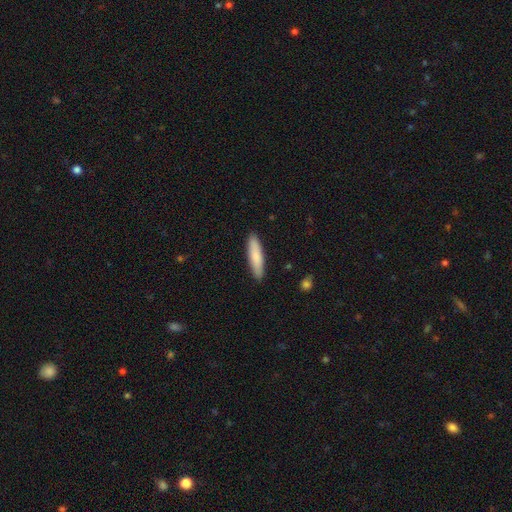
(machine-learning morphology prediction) A smooth galaxy with no disk features (82%) that is cigar-shaped (75%).

Vote fractions:
- Smooth or featured? smooth: 82% / featured or disk: 13% / star or artifact: 5%
- How rounded? cigar-shaped: 75% / in between: 24% / round: 1%
- Merging? none: 90% / minor disturbance: 8% / major disturbance: 2% / merger: 1%